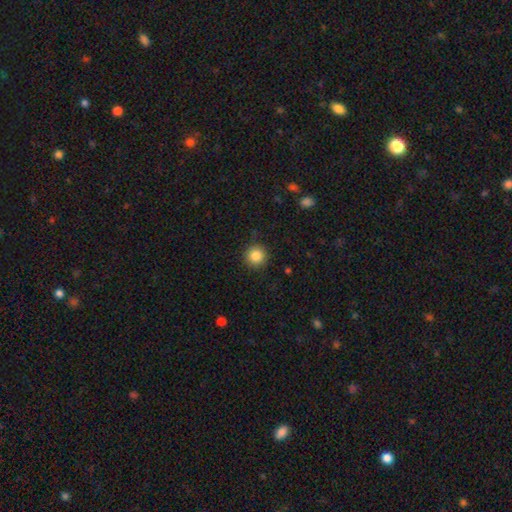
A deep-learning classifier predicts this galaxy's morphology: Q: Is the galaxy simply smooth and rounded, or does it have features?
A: smooth — 86%.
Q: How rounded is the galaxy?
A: round — 95%.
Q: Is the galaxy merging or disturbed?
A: none — 90%.